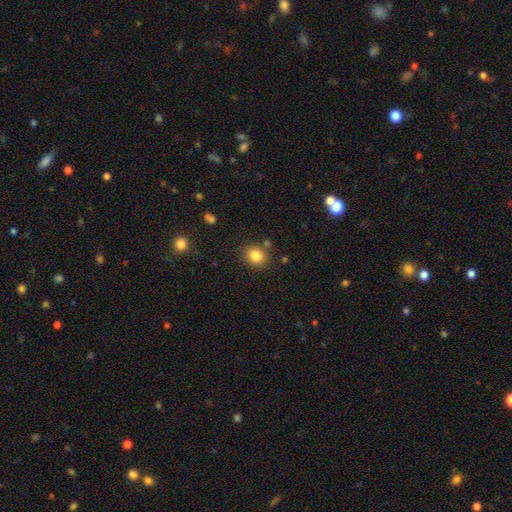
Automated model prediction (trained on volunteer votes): This is clearly a smooth galaxy (83%). How rounded: likely round (69%). Merging: clearly none (82%).